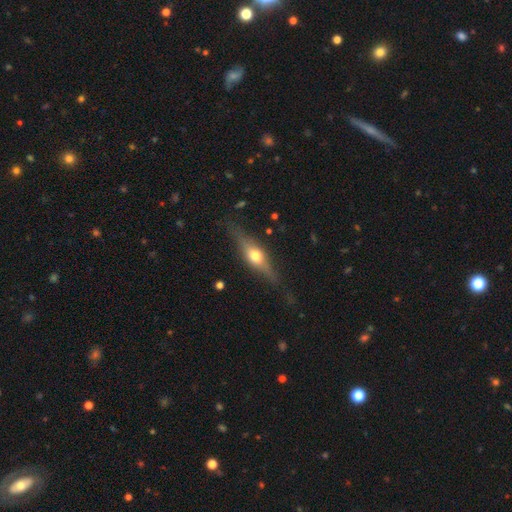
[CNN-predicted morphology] Smooth or featured? featured or disk (64%)
Edge-on disk? yes (93%)
Edge-on bulge? rounded (93%)
Merging? none (82%)